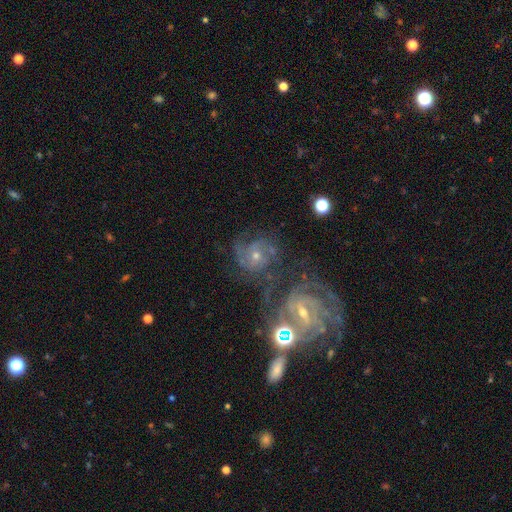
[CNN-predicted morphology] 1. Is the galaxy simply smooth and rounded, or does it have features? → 80% featured or disk, 11% star or artifact, 9% smooth.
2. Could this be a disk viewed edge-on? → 97% no, 3% yes.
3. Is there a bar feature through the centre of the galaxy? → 53% no, 34% weak, 13% strong.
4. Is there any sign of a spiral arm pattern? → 96% yes, 4% no.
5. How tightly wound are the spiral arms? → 54% tight, 38% medium, 8% loose.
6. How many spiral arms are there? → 35% 3, 23% can't tell, 19% 2, 11% 4, 6% more than 4, 6% 1.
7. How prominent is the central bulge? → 58% small, 36% moderate, 3% none, 2% large, 1% dominant.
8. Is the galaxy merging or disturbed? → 49% none, 21% merger, 16% minor disturbance, 14% major disturbance.